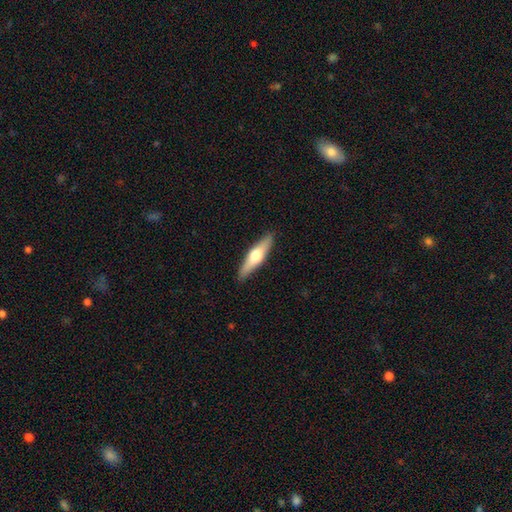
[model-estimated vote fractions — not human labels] Smooth or featured?
  - featured or disk: 51% *
  - smooth: 44%
  - star or artifact: 5%
Edge-on disk?
  - yes: 93% *
  - no: 7%
Merging?
  - none: 90% *
  - minor disturbance: 8%
  - major disturbance: 2%
  - merger: 1%